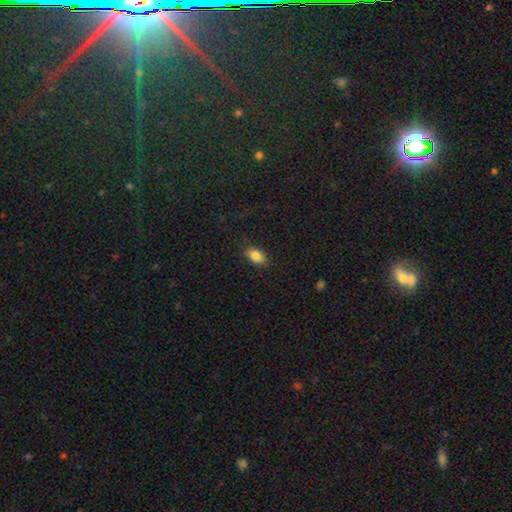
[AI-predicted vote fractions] smooth_or_featured: smooth (p=0.85) [alt: star or artifact p=0.08]
how_rounded: in between (p=0.90) [alt: round p=0.07]
merging: none (p=0.85) [alt: minor disturbance p=0.11]